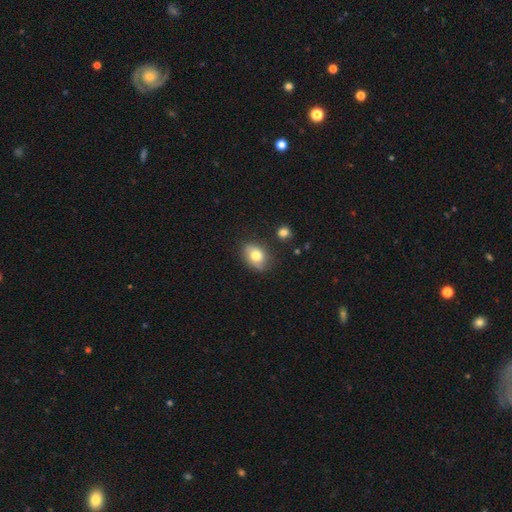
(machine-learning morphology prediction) This is likely a smooth galaxy (69%). How rounded: likely in between (74%). Merging: likely none (72%).